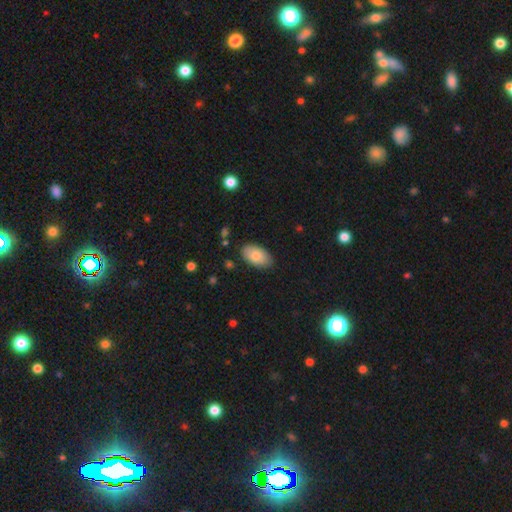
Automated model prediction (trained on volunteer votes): This is clearly a smooth galaxy (81%). How rounded: clearly in between (95%). Merging: clearly none (84%).